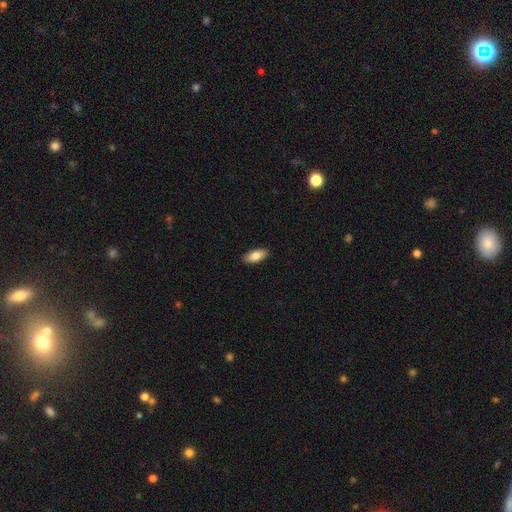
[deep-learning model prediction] A smooth galaxy with no disk features (84%) that is in between round and cigar-shaped (87%).

Vote fractions:
- Smooth or featured? smooth: 84% / featured or disk: 9% / star or artifact: 6%
- How rounded? in between: 87% / cigar-shaped: 11% / round: 2%
- Merging? none: 90% / minor disturbance: 8% / major disturbance: 2% / merger: 1%